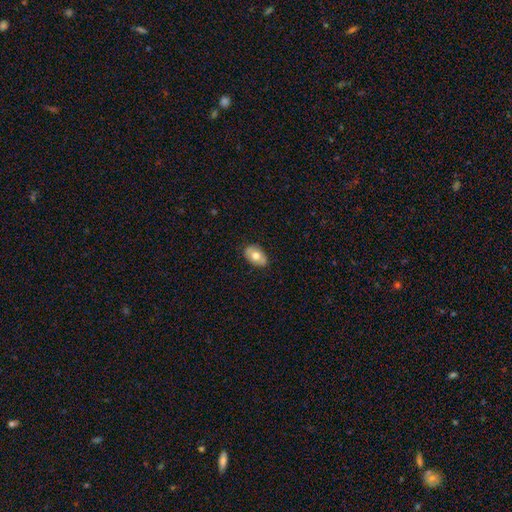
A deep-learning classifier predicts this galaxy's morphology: smooth-or-featured: smooth: 66% | featured or disk: 28% | star or artifact: 7%
  how-rounded: in between: 88% | round: 10% | cigar-shaped: 1%
  merging: none: 83% | minor disturbance: 13% | major disturbance: 2% | merger: 1%